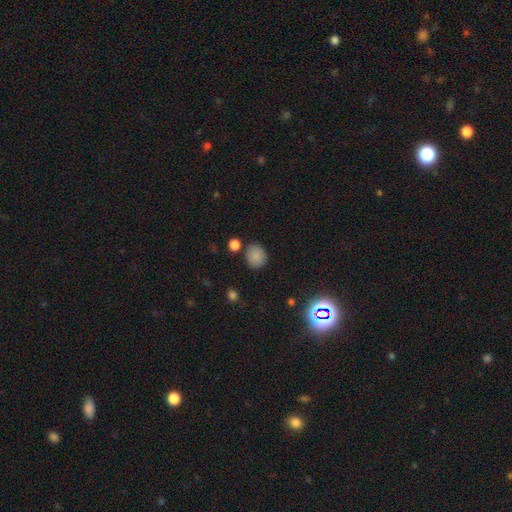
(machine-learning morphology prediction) Q: Smooth or featured?
A: smooth (85%); runner-up: star or artifact (11%)
Q: How rounded?
A: round (71%); runner-up: in between (28%)
Q: Merging?
A: none (79%); runner-up: minor disturbance (11%)